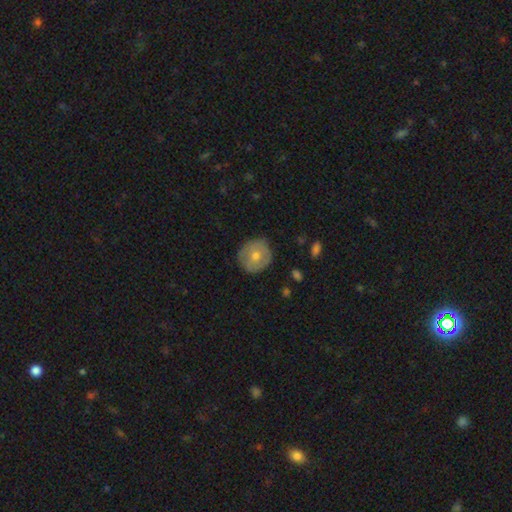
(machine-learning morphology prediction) Smooth or featured?
  - smooth: 56% *
  - featured or disk: 36%
  - star or artifact: 8%
How rounded?
  - round: 91% *
  - in between: 8%
  - cigar-shaped: 1%
Merging?
  - none: 84% *
  - minor disturbance: 12%
  - major disturbance: 2%
  - merger: 1%